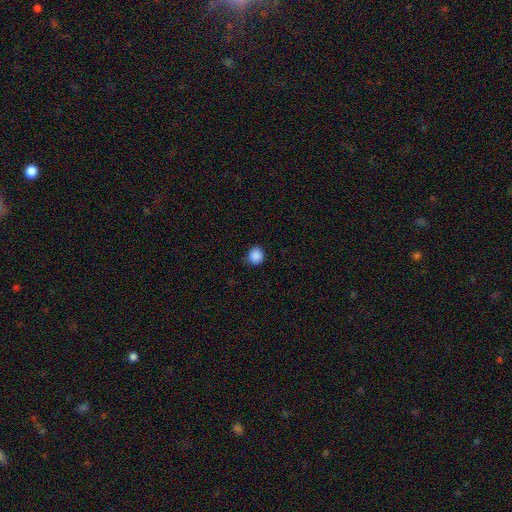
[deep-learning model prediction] Smooth or featured?
  - smooth: 88% *
  - star or artifact: 10%
  - featured or disk: 2%
How rounded?
  - round: 87% *
  - in between: 12%
  - cigar-shaped: 1%
Merging?
  - none: 87% *
  - minor disturbance: 10%
  - major disturbance: 2%
  - merger: 1%